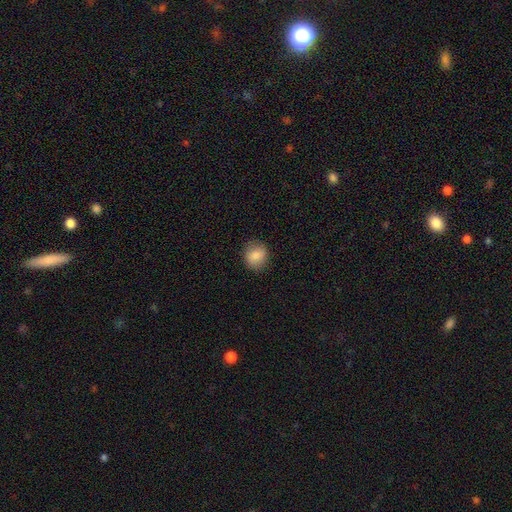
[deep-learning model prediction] smooth-or-featured: smooth: 81% | featured or disk: 11% | star or artifact: 9%
  how-rounded: round: 75% | in between: 24% | cigar-shaped: 1%
  merging: none: 87% | minor disturbance: 10% | major disturbance: 2% | merger: 1%